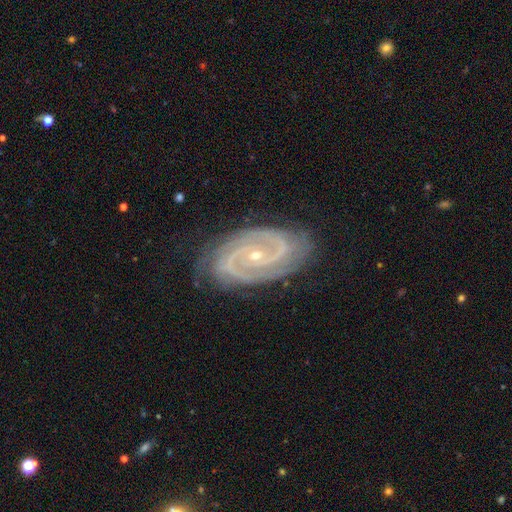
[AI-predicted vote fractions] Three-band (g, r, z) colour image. It shows a featured or disk galaxy (91%) with no bar (57%), 2 (67%) tight (60%) spiral arms (98%) and a small central bulge (80%). Merging: none (80%).